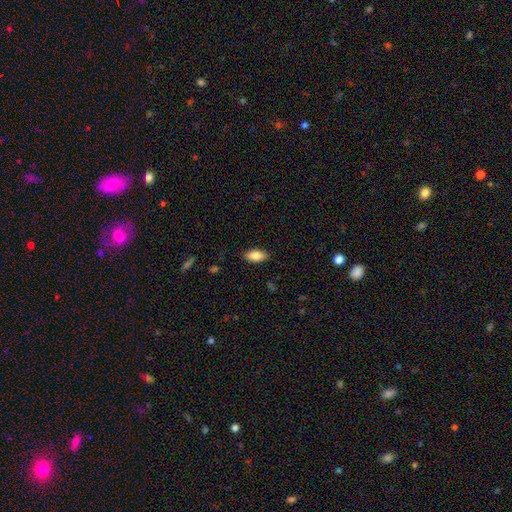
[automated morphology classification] This appears to be a smooth galaxy with no disk features (86%) that is in between round and cigar-shaped (89%). Merging: none (87%).